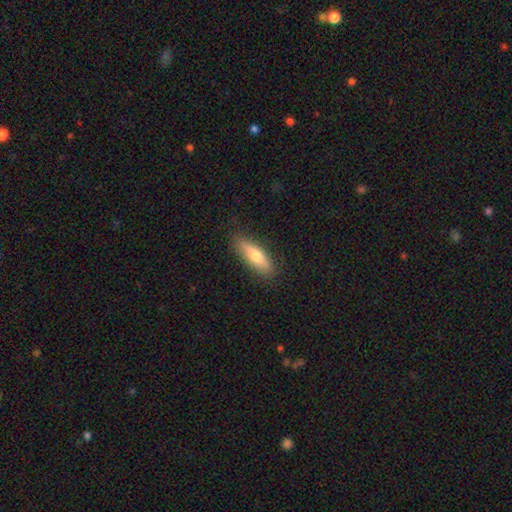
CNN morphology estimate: smooth-or-featured: smooth: 69% | featured or disk: 25% | star or artifact: 6%
  how-rounded: cigar-shaped: 55% | in between: 43% | round: 2%
  merging: none: 85% | minor disturbance: 11% | major disturbance: 3% | merger: 1%